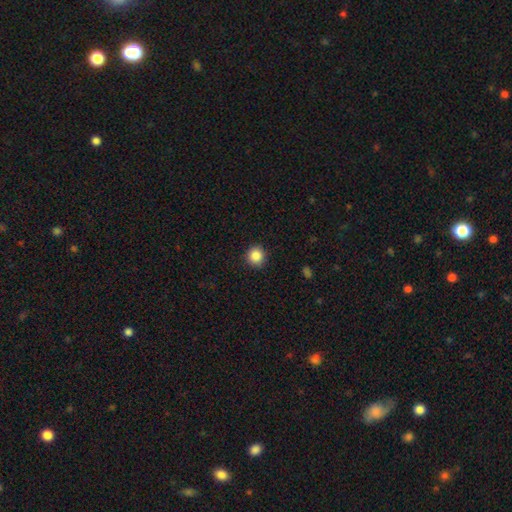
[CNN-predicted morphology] A smooth galaxy with no disk features (86%) that is round (92%).

Vote fractions:
- Smooth or featured? smooth: 86% / star or artifact: 10% / featured or disk: 4%
- How rounded? round: 92% / in between: 7% / cigar-shaped: 1%
- Merging? none: 90% / minor disturbance: 7% / major disturbance: 2% / merger: 1%